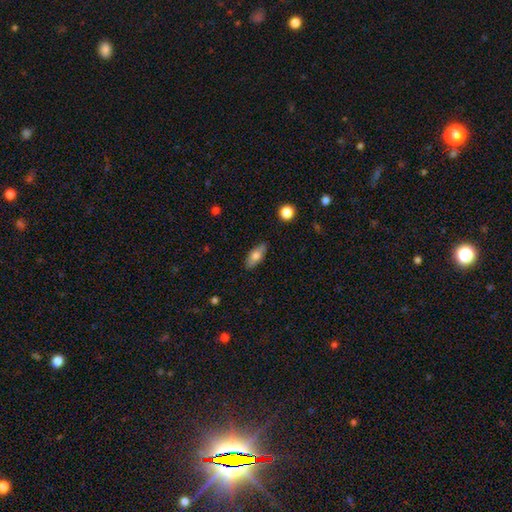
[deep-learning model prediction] smooth_or_featured: smooth (p=0.72) [alt: featured or disk p=0.22]
how_rounded: in between (p=0.80) [alt: cigar-shaped p=0.17]
merging: none (p=0.85) [alt: minor disturbance p=0.11]